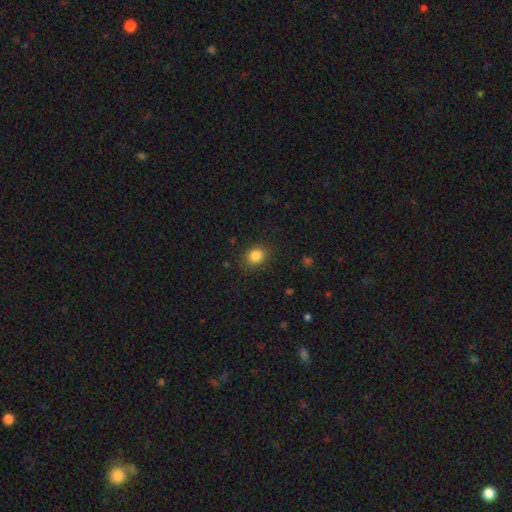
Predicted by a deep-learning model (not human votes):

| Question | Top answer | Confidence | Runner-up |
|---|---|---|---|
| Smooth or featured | smooth | 84% | star or artifact (11%) |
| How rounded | round | 57% | in between (42%) |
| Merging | none | 86% | minor disturbance (10%) |